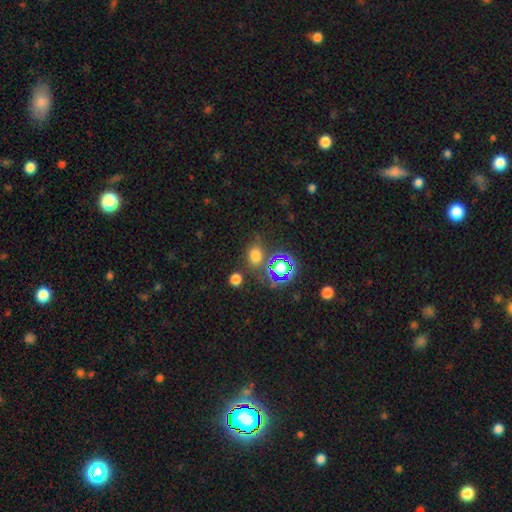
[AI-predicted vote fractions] Smooth or featured?
  - smooth: 66% *
  - star or artifact: 27%
  - featured or disk: 7%
How rounded?
  - in between: 51% *
  - round: 47%
  - cigar-shaped: 2%
Merging?
  - none: 72% *
  - minor disturbance: 12%
  - merger: 11%
  - major disturbance: 5%